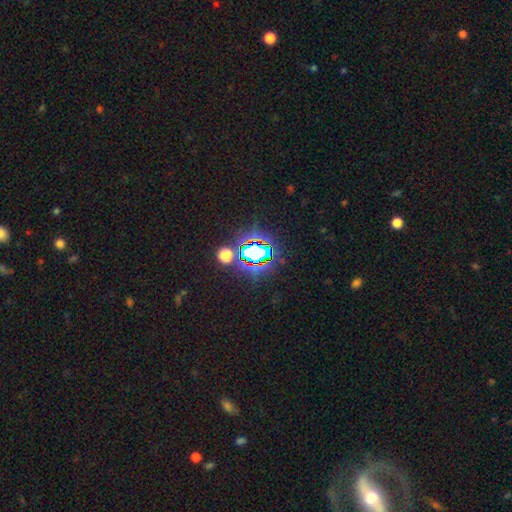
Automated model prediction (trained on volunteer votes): Smooth or featured: star or artifact — 69% (smooth — 20%)